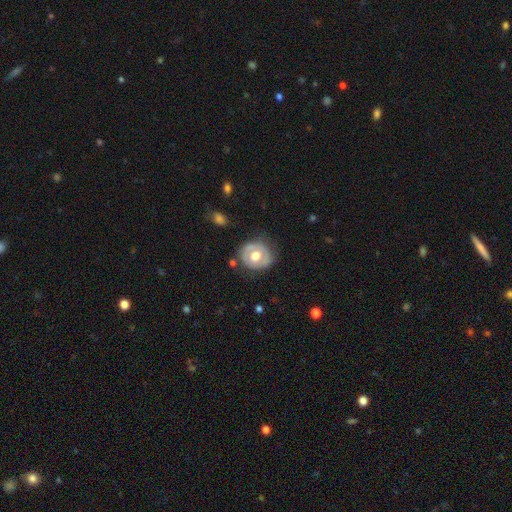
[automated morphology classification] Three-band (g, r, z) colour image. It shows a featured or disk galaxy (49%). Merging: none (73%).